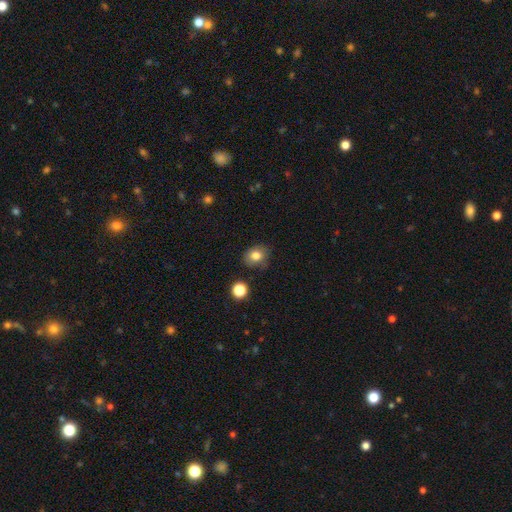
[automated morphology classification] smooth_or_featured: smooth (p=0.80) [alt: star or artifact p=0.11]
how_rounded: round (p=0.62) [alt: in between p=0.37]
merging: none (p=0.79) [alt: minor disturbance p=0.15]